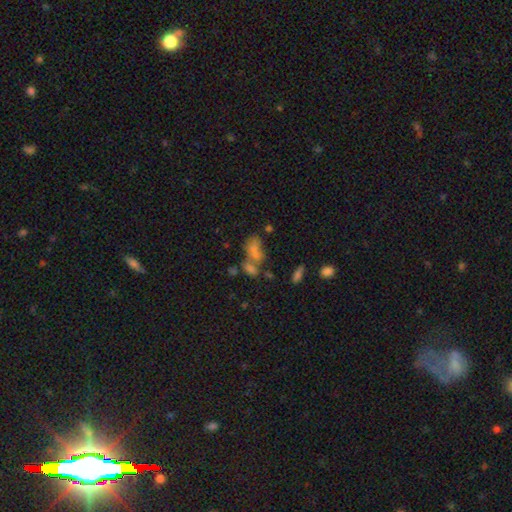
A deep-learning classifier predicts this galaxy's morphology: A smooth galaxy with no disk features (48%).

Vote fractions:
- Smooth or featured? smooth: 48% / featured or disk: 27% / star or artifact: 25%
- Merging? merger: 45% / none: 31% / minor disturbance: 13% / major disturbance: 12%